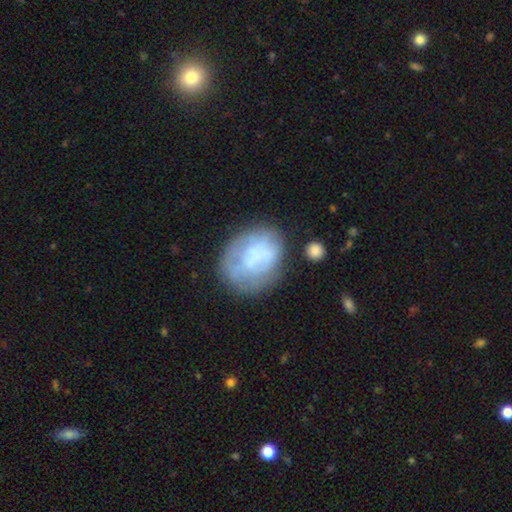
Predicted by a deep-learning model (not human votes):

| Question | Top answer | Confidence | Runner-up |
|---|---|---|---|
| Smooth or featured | smooth | 50% | featured or disk (41%) |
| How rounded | in between | 56% | round (43%) |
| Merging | none | 58% | minor disturbance (23%) |